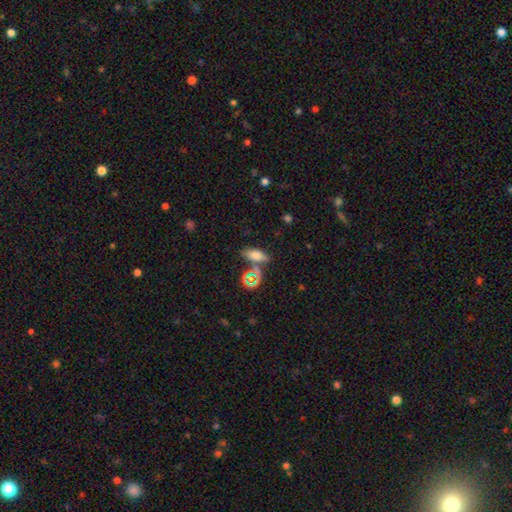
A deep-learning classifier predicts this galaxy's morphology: type=smooth (68%); roundness=in between (70%); merging=none (64%).